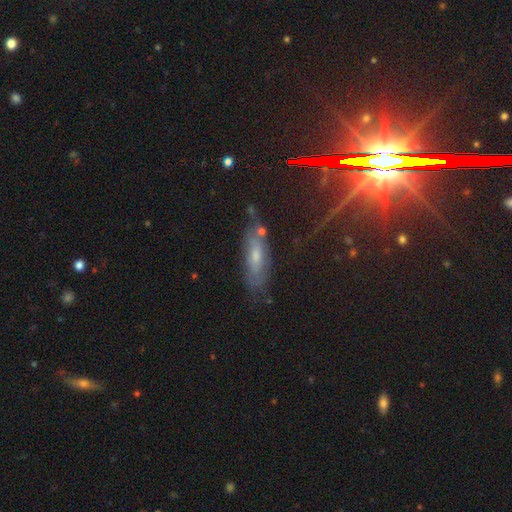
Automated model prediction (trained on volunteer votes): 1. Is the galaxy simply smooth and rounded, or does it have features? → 42% featured or disk, 38% smooth, 19% star or artifact.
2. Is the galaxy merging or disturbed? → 70% none, 20% minor disturbance, 6% major disturbance, 4% merger.